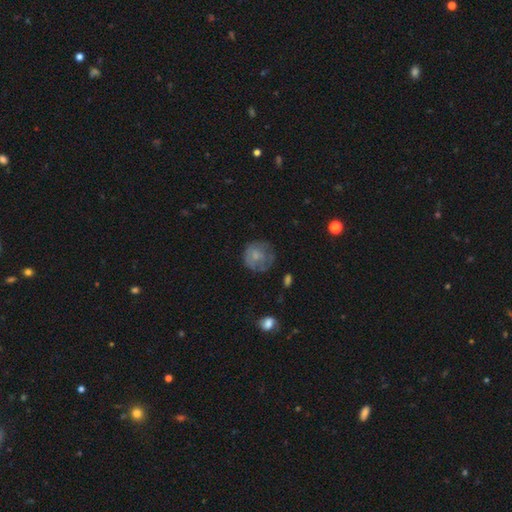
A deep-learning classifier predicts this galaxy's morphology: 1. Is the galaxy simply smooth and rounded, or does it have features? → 61% smooth, 30% featured or disk, 9% star or artifact.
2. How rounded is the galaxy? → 86% round, 13% in between, 1% cigar-shaped.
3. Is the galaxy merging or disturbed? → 58% none, 24% minor disturbance, 16% major disturbance, 2% merger.